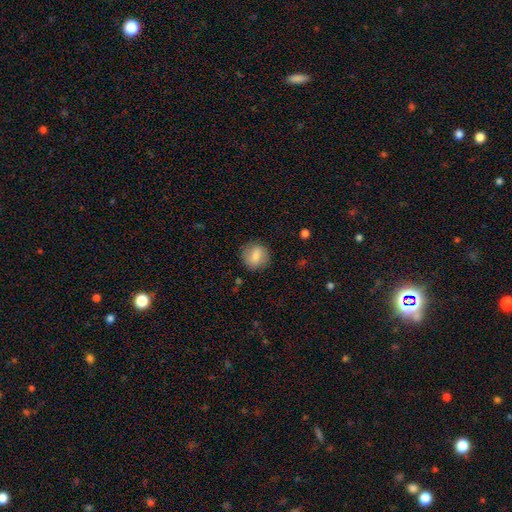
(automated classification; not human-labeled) smooth 79%, featured or disk 14%, star or artifact 8%. Down the decision tree: how rounded — round (80%); merging — none (84%).